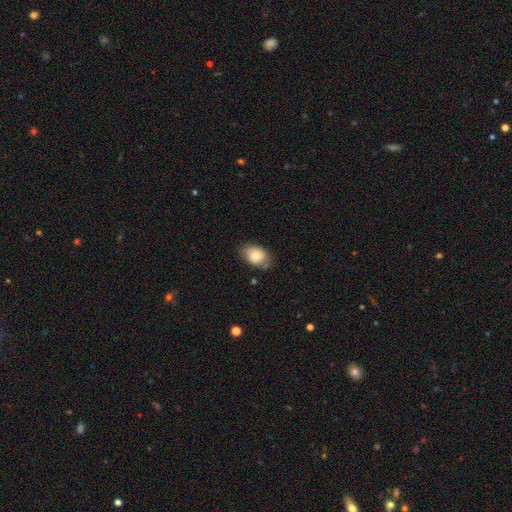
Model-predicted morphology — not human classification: Smooth or featured?
  - smooth: 80% *
  - featured or disk: 12%
  - star or artifact: 8%
How rounded?
  - in between: 80% *
  - round: 19%
  - cigar-shaped: 1%
Merging?
  - none: 70% *
  - minor disturbance: 22%
  - major disturbance: 5%
  - merger: 3%